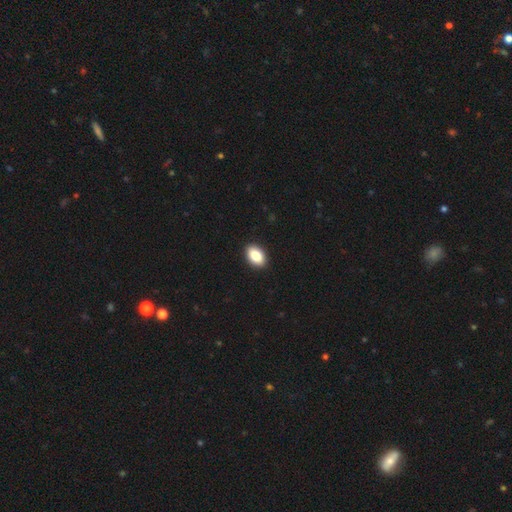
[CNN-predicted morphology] Smooth or featured: smooth — 87% (star or artifact — 7%)
How rounded: in between — 90% (round — 9%)
Merging: none — 91% (minor disturbance — 6%)